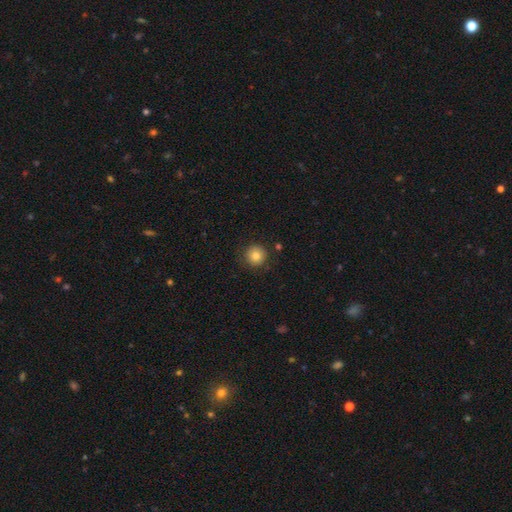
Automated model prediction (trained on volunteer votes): A smooth galaxy with no disk features (83%) that is round (94%).

Vote fractions:
- Smooth or featured? smooth: 83% / star or artifact: 10% / featured or disk: 6%
- How rounded? round: 94% / in between: 5% / cigar-shaped: 1%
- Merging? none: 87% / minor disturbance: 8% / major disturbance: 3% / merger: 2%